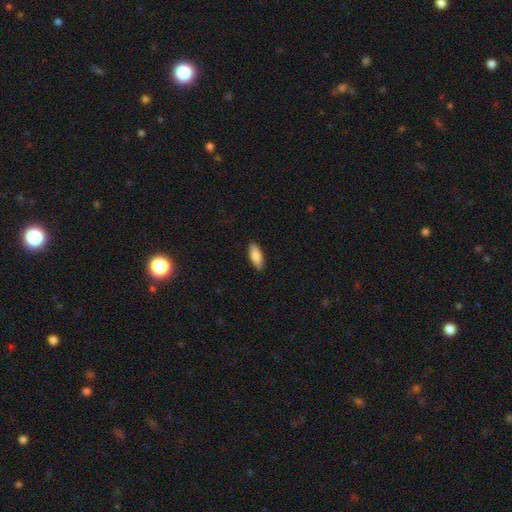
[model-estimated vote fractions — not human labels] Morphology: type=smooth (86%); roundness=in between (76%); merging=none (88%).